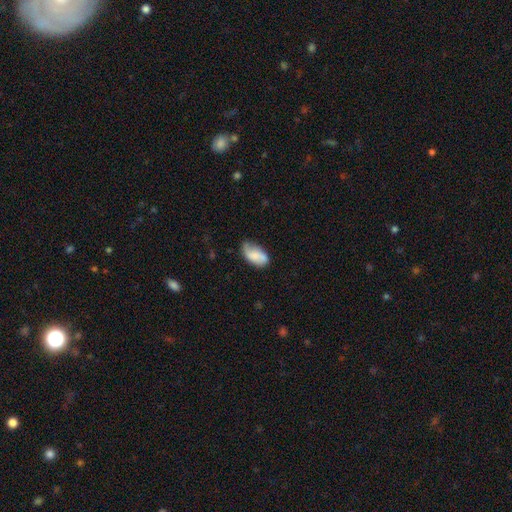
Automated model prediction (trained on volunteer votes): This appears to be a smooth galaxy with no disk features (67%) that is in between round and cigar-shaped (93%). Merging: none (53%).